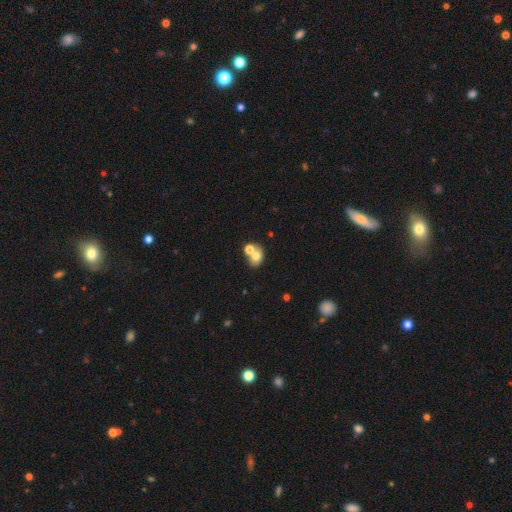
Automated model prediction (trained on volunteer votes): Smooth or featured? Predicted: smooth (p=0.71). How rounded? Predicted: in between (p=0.55). Merging? Predicted: merger (p=0.50).